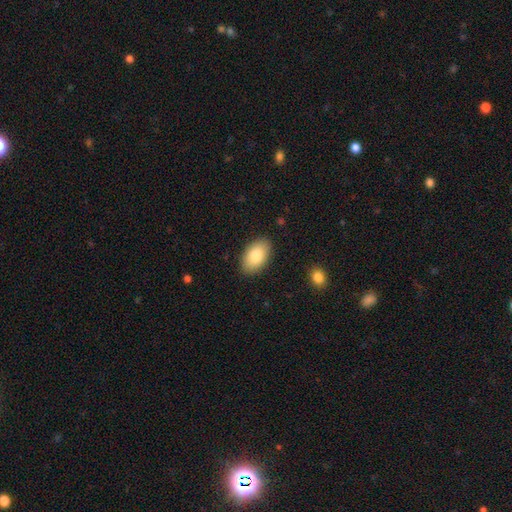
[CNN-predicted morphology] smooth 83%, featured or disk 11%, star or artifact 6%. Down the decision tree: how rounded — in between (94%); merging — none (88%).